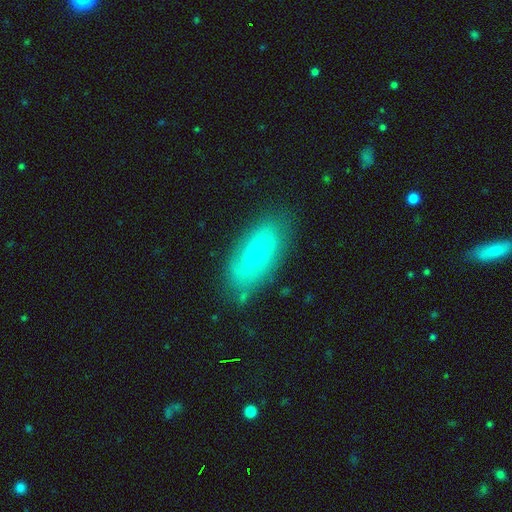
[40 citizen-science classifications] Smooth or featured?
  - featured or disk: 75% *
  - smooth: 12%
  - star or artifact: 12%
Edge-on disk?
  - no: 93% *
  - yes: 7%
Bar?
  - no: 54% *
  - weak: 43%
  - strong: 4%
Spiral arms?
  - yes: 96% *
  - no: 4%
Spiral winding?
  - tight: 59% *
  - medium: 30%
  - loose: 11%
Spiral arm count?
  - 2: 48% *
  - can't tell: 30%
  - 3: 15%
  - 1: 7%
  - 4: 0%
  - more than 4: 0%
Bulge size?
  - small: 64% *
  - moderate: 36%
  - dominant: 0%
  - large: 0%
  - none: 0%
Merging?
  - none: 80% *
  - minor disturbance: 14%
  - merger: 6%
  - major disturbance: 0%